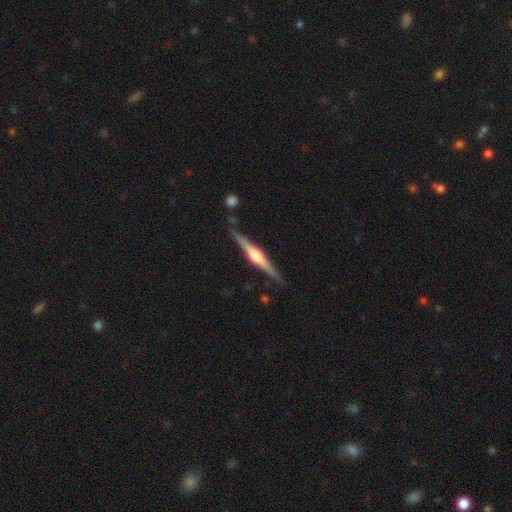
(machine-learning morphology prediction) A featured or disk galaxy (79%) viewed edge-on (98%) with a rounded central bulge (84%).

Vote fractions:
- Smooth or featured? featured or disk: 79% / smooth: 16% / star or artifact: 5%
- Edge-on disk? yes: 98% / no: 2%
- Edge-on bulge? rounded: 84% / boxy: 12% / none: 4%
- Merging? none: 86% / minor disturbance: 10% / merger: 2% / major disturbance: 2%